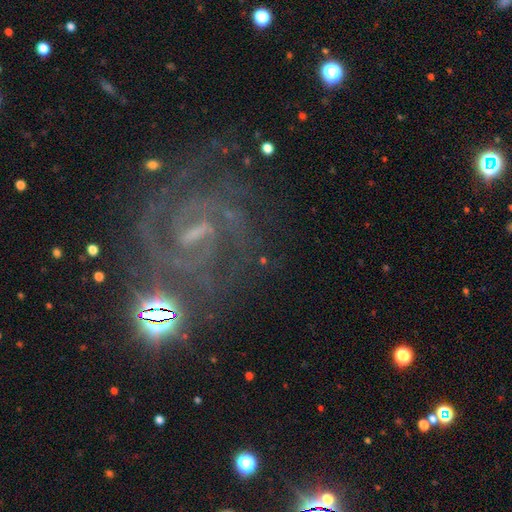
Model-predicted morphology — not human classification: featured or disk 82%, star or artifact 13%, smooth 5%. Down the decision tree: edge-on disk — no (97%); bar — weak (49%); spiral arms — yes (96%); spiral arm count — 2 (41%); spiral winding — tight (56%); bulge size — small (58%); merging — none (73%).